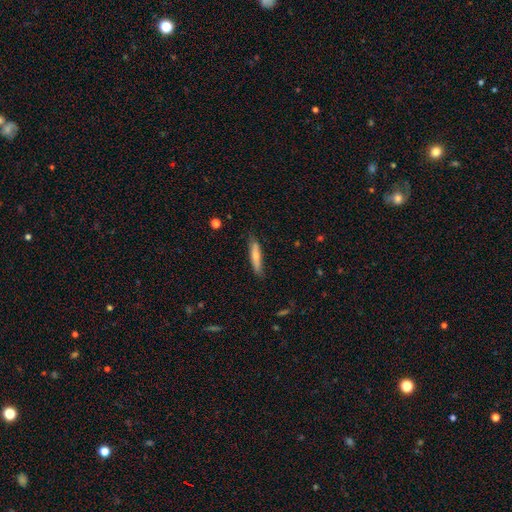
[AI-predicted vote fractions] Smooth or featured: smooth — 62% (featured or disk — 32%)
How rounded: cigar-shaped — 84% (in between — 15%)
Merging: none — 81% (minor disturbance — 15%)